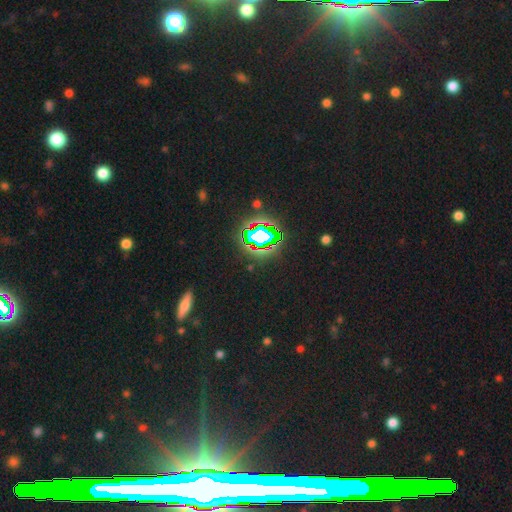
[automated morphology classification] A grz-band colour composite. It shows a star or artifact, not a galaxy (79%).